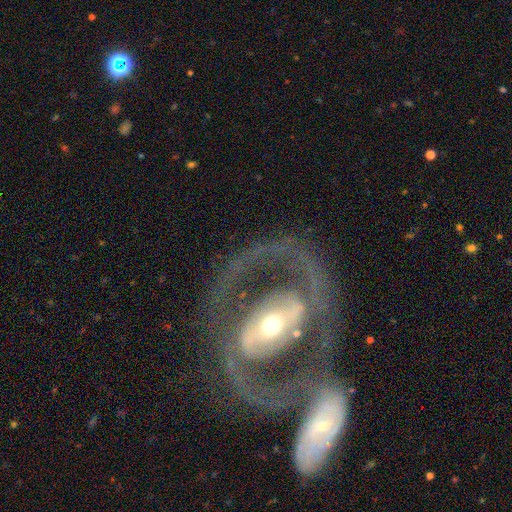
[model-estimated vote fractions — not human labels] Smooth or featured? featured or disk (86%)
Edge-on disk? no (95%)
Bar? strong (47%)
Spiral arms? yes (80%)
Spiral winding? medium (51%)
Spiral arm count? 2 (87%)
Bulge size? moderate (60%)
Merging? none (54%)